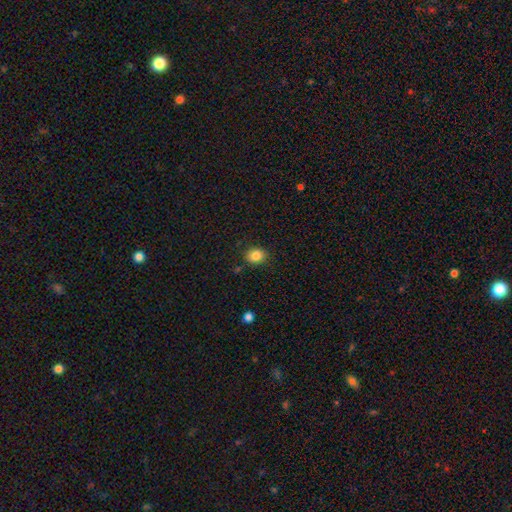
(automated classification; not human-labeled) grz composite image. It shows a smooth galaxy with no disk features (85%) that is round (62%). Merging: none (85%).